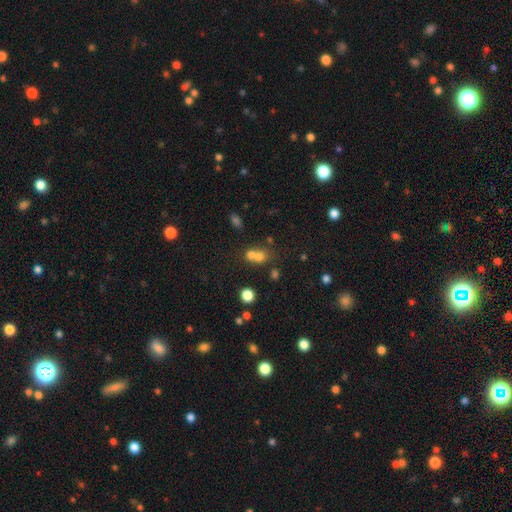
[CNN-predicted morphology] This appears to be a smooth galaxy with no disk features (67%) that is round (72%). Merging: merger (60%).